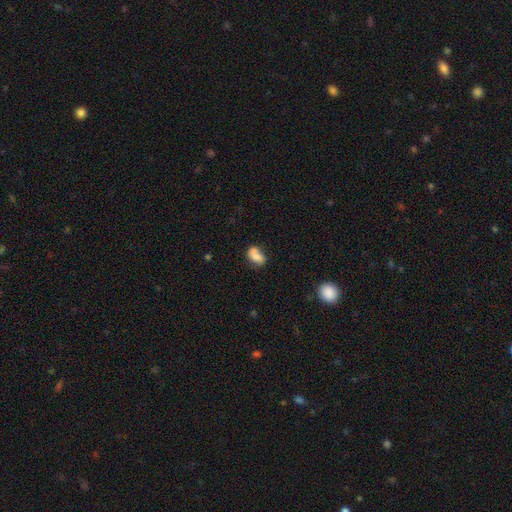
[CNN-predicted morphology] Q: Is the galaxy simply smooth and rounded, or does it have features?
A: smooth — 71%.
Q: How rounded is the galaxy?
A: in between — 83%.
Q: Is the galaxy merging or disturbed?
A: none — 45%.